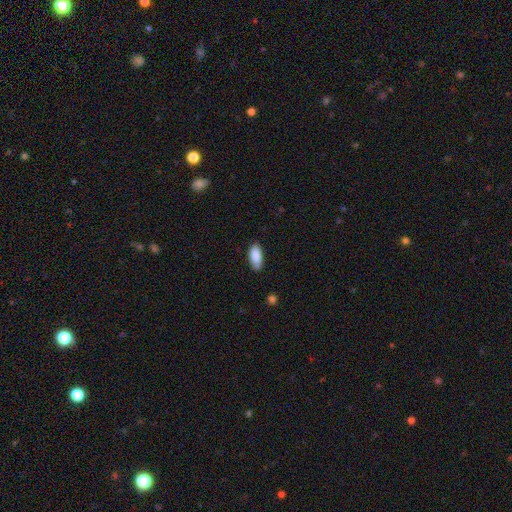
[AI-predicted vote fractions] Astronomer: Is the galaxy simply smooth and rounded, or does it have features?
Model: smooth — 88%.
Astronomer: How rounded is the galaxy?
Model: in between — 86%.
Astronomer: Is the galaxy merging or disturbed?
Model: none — 80%.